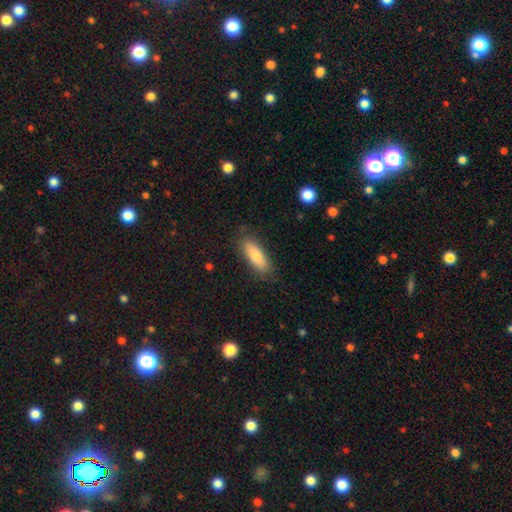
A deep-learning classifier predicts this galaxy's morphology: smooth-or-featured: smooth: 83% | featured or disk: 11% | star or artifact: 6%
  how-rounded: in between: 65% | cigar-shaped: 33% | round: 2%
  merging: none: 81% | minor disturbance: 14% | major disturbance: 4% | merger: 1%